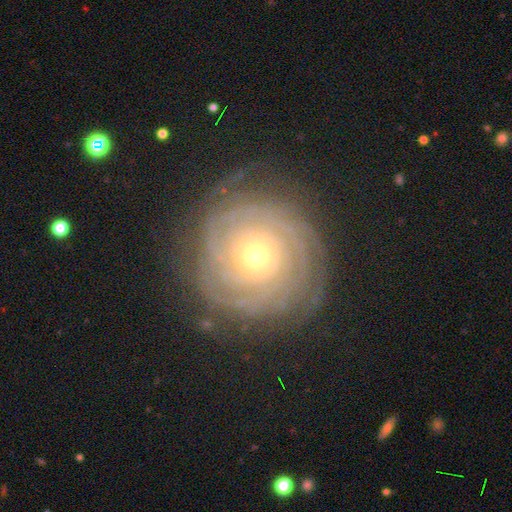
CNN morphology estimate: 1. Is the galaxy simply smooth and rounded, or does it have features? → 82% featured or disk, 10% smooth, 8% star or artifact.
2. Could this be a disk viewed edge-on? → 97% no, 3% yes.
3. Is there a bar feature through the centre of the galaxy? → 84% no, 11% weak, 5% strong.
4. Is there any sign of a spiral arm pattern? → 96% yes, 4% no.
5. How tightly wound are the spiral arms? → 88% tight, 10% medium, 2% loose.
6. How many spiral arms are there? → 31% can't tell, 18% more than 4, 16% 4, 14% 3, 13% 2, 7% 1.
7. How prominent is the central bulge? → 50% small, 46% moderate, 3% large, 1% dominant, 1% none.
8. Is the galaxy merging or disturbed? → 82% none, 12% minor disturbance, 5% major disturbance, 1% merger.